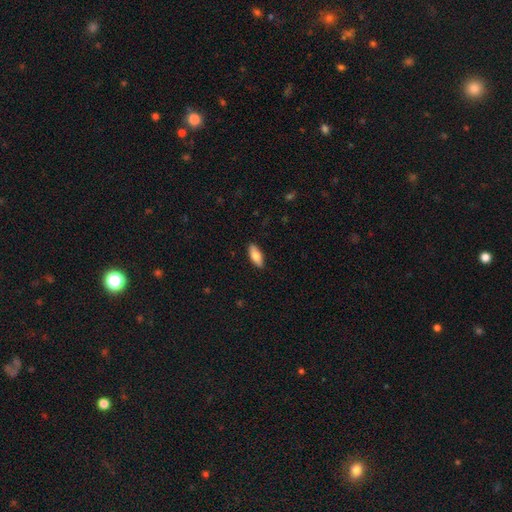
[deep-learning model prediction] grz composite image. It shows a smooth galaxy with no disk features (72%) that is in between round and cigar-shaped (73%). Merging: none (89%).